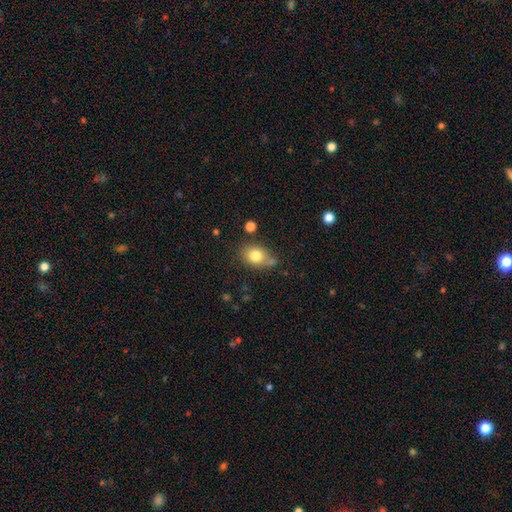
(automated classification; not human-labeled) The model was most divided on "how rounded": in between: 57%, round: 42%, cigar-shaped: 1%. More confident: smooth or featured — smooth (80%); merging — none (63%).